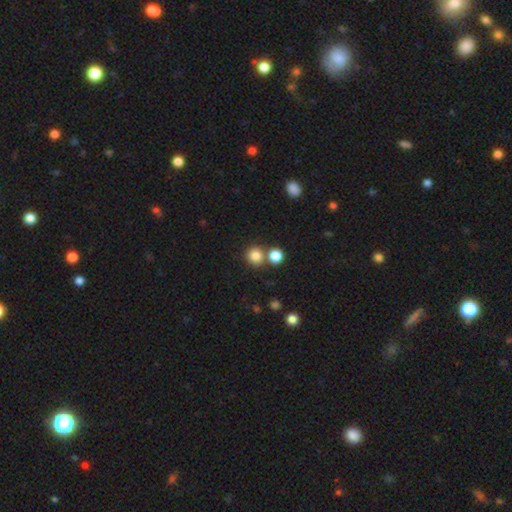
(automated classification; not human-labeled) Overall: smooth (83%). How rounded: round (90%). Merging: none (68%).